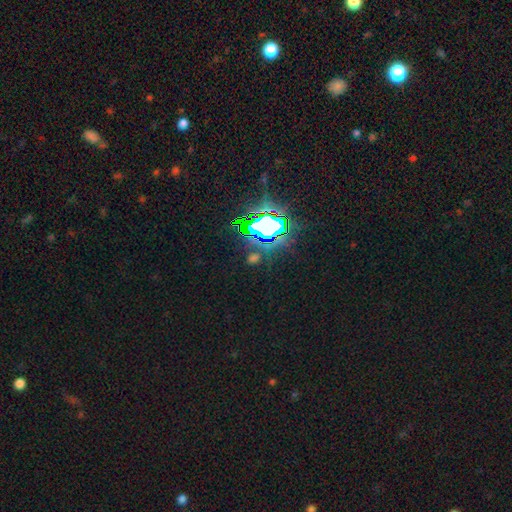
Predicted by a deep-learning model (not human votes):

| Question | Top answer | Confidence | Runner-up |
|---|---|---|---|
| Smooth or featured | star or artifact | 75% | smooth (14%) |